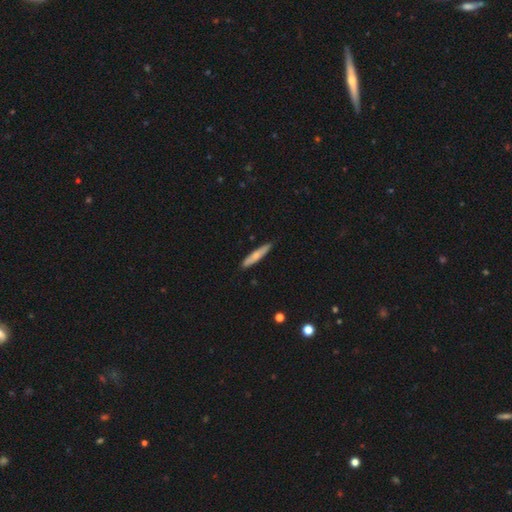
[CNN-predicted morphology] This is likely a smooth galaxy (69%). How rounded: clearly cigar-shaped (91%). Merging: clearly none (87%).